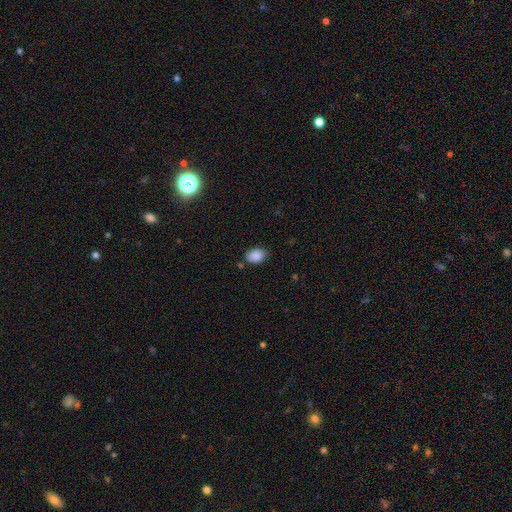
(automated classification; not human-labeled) A smooth galaxy with no disk features (88%) that is in between round and cigar-shaped (78%). Merging: none (73%).